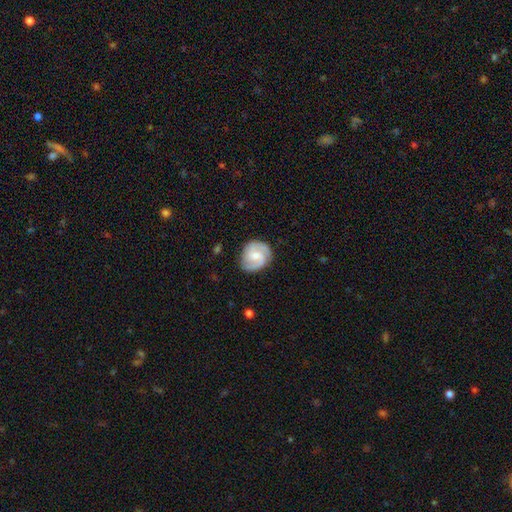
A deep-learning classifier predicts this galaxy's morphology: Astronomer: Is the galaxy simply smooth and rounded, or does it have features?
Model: featured or disk — 80%.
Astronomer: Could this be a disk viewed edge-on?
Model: no — 98%.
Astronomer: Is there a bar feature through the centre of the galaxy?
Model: weak — 47% (runner-up: no, 43%).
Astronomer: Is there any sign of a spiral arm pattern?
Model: yes — 97%.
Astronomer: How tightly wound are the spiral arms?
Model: medium — 46% (runner-up: tight, 42%).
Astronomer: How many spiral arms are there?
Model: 2 — 77%.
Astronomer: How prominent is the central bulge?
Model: small — 43% (runner-up: moderate, 42%).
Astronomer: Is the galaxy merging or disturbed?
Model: none — 80%.